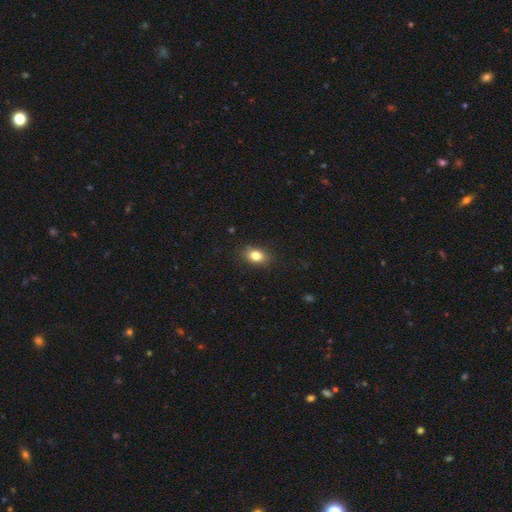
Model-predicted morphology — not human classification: Smooth or featured: smooth — 82% (star or artifact — 10%)
How rounded: in between — 72% (round — 26%)
Merging: none — 85% (minor disturbance — 12%)